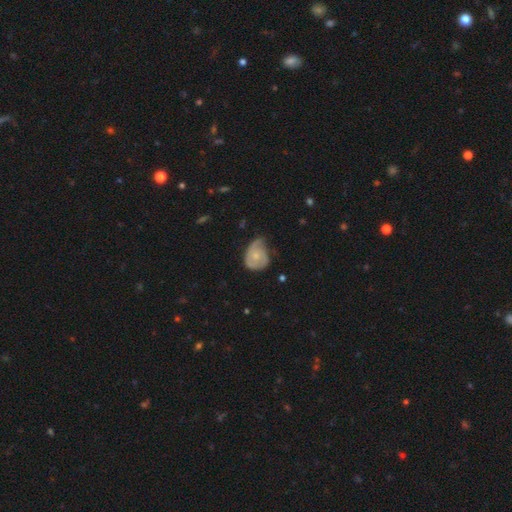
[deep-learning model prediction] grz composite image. It shows a featured or disk galaxy (60%) with no bar (81%), spiral arms (81%) and a small central bulge (59%). Merging: minor disturbance (41%).